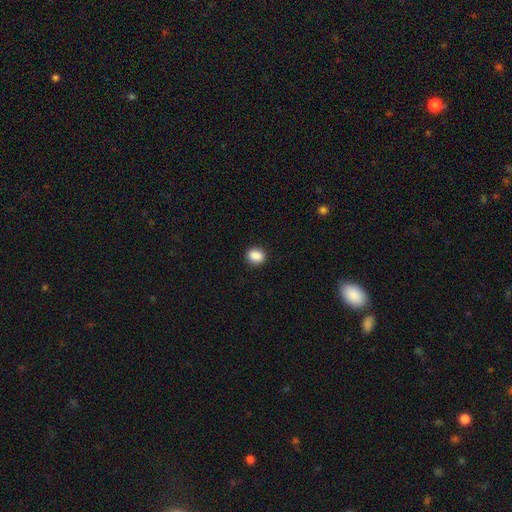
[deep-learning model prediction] This appears to be a smooth galaxy with no disk features (89%) that is in between round and cigar-shaped (53%). Merging: none (89%).